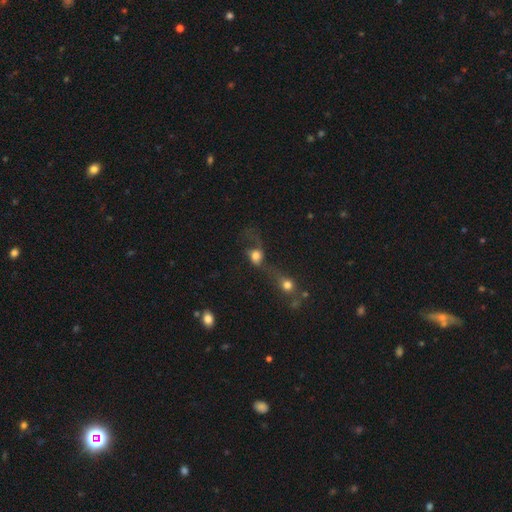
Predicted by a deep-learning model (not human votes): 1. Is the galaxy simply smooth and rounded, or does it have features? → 60% smooth, 25% featured or disk, 15% star or artifact.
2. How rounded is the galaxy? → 57% round, 40% in between, 3% cigar-shaped.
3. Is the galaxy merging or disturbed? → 48% merger, 26% major disturbance, 16% none, 9% minor disturbance.